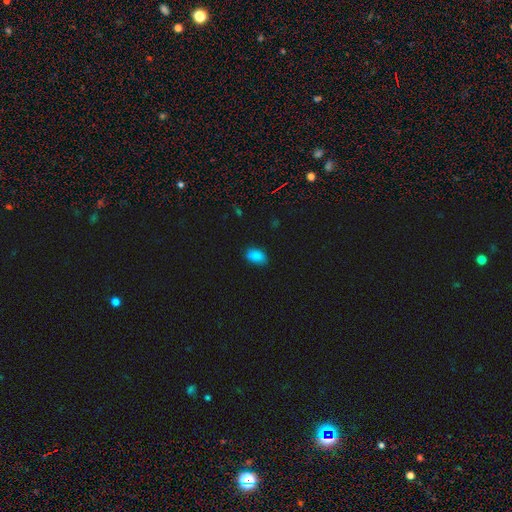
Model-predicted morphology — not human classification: smooth 85%, star or artifact 10%, featured or disk 5%. Down the decision tree: how rounded — in between (88%); merging — none (76%).